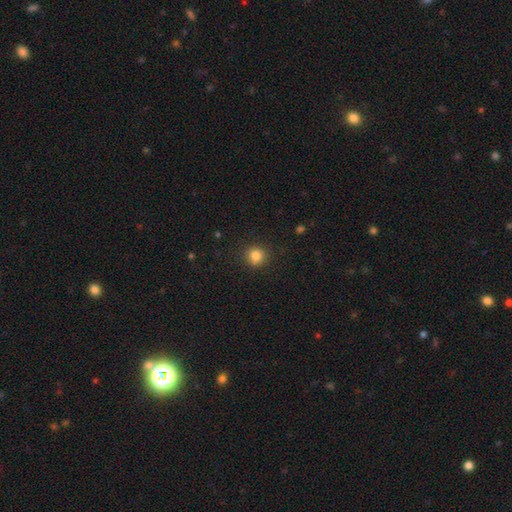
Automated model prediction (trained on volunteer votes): Smooth or featured? Predicted: smooth (p=0.83). How rounded? Predicted: round (p=0.90). Merging? Predicted: none (p=0.88).